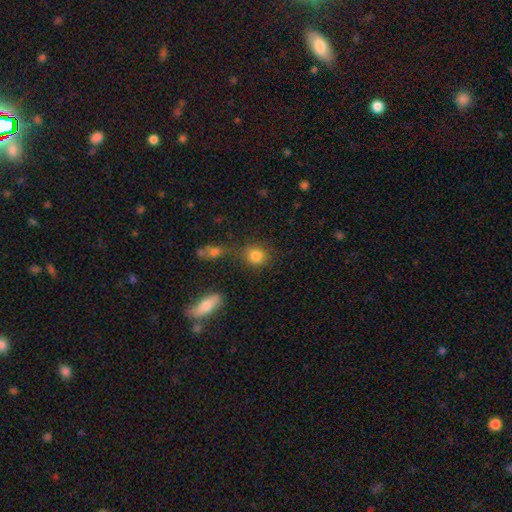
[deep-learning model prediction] Smooth or featured: smooth — 82% (star or artifact — 11%)
How rounded: round — 79% (in between — 19%)
Merging: none — 67% (merger — 15%)